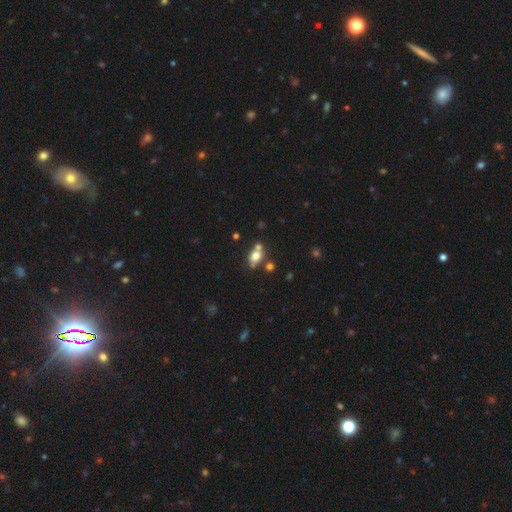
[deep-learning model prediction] Smooth or featured?
  - smooth: 69% *
  - featured or disk: 19%
  - star or artifact: 12%
How rounded?
  - in between: 75% *
  - round: 21%
  - cigar-shaped: 4%
Merging?
  - none: 49% *
  - merger: 30%
  - minor disturbance: 15%
  - major disturbance: 6%